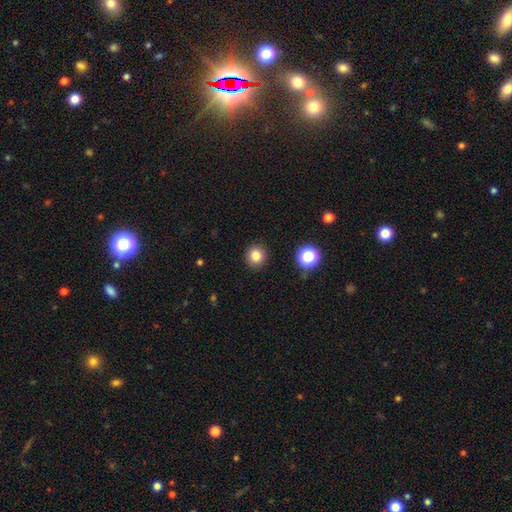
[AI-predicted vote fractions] A smooth galaxy with no disk features (82%) that is round (92%).

Vote fractions:
- Smooth or featured? smooth: 82% / star or artifact: 12% / featured or disk: 6%
- How rounded? round: 92% / in between: 7% / cigar-shaped: 1%
- Merging? none: 92% / minor disturbance: 5% / major disturbance: 2% / merger: 1%